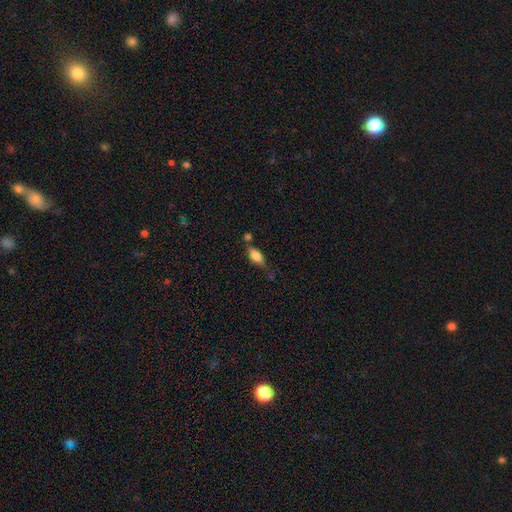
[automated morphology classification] type=smooth (71%); roundness=in between (76%); merging=none (57%).